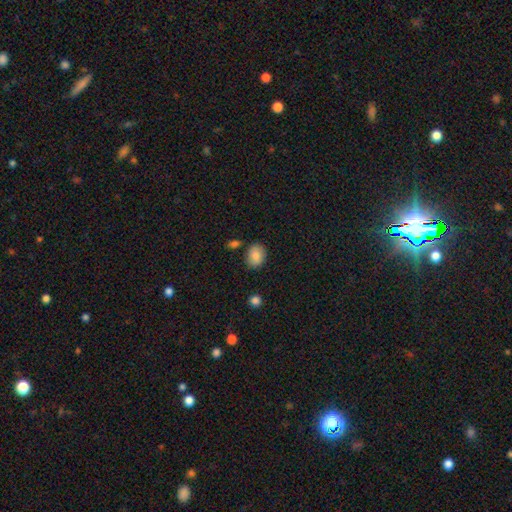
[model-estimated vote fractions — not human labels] Q: Smooth or featured?
A: smooth (85%); runner-up: star or artifact (7%)
Q: How rounded?
A: in between (68%); runner-up: round (31%)
Q: Merging?
A: none (79%); runner-up: minor disturbance (14%)